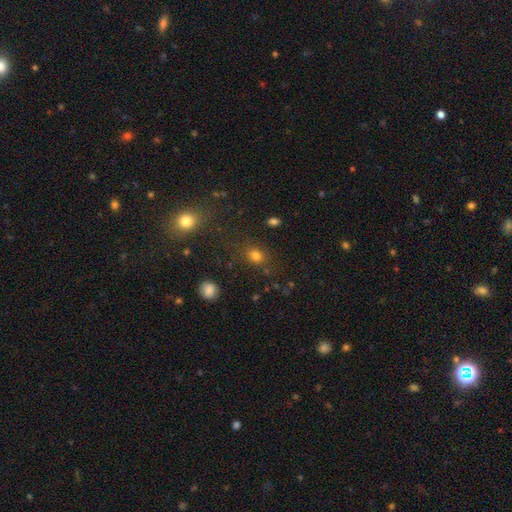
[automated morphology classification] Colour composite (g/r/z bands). It shows a smooth galaxy with no disk features (78%) that is round (54%). Merging: none (79%).